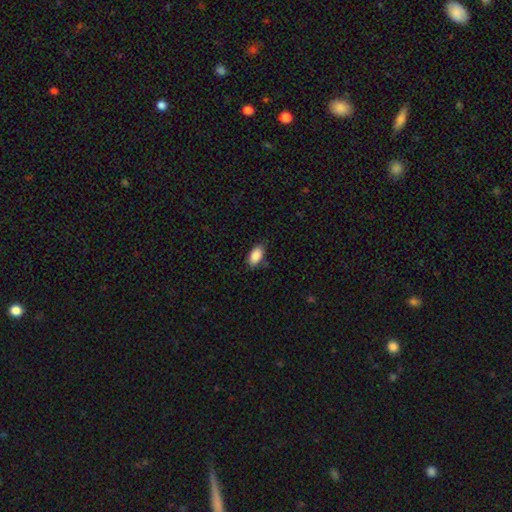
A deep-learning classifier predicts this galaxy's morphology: A smooth galaxy with no disk features (89%) that is in between round and cigar-shaped (93%). Merging: none (80%).